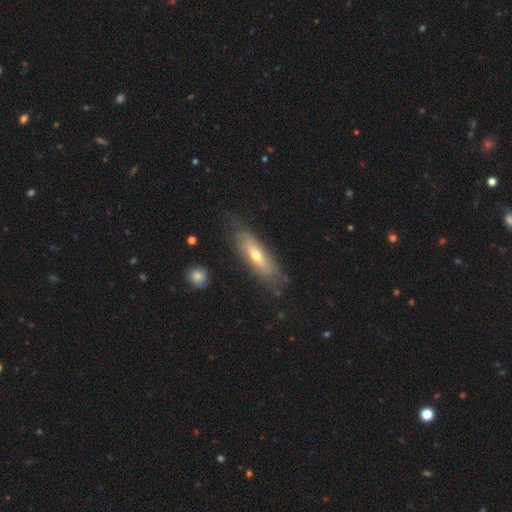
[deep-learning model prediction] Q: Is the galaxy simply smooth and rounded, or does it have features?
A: featured or disk — 53%.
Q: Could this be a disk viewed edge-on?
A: no — 56%.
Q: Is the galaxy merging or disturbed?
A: none — 70%.